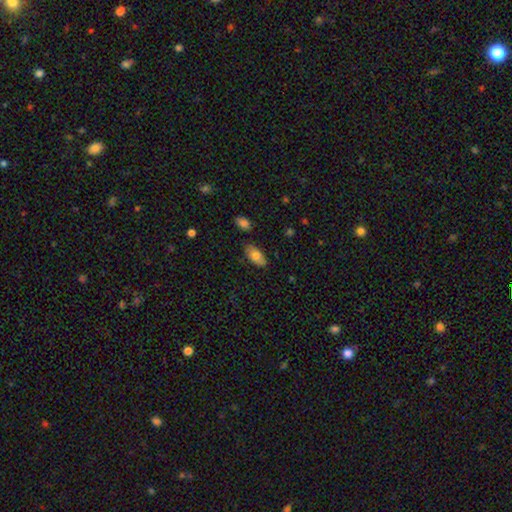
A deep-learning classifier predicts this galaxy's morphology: The model was most divided on "smooth or featured": smooth: 77%, featured or disk: 16%, star or artifact: 7%. More confident: how rounded — in between (92%); merging — none (78%).